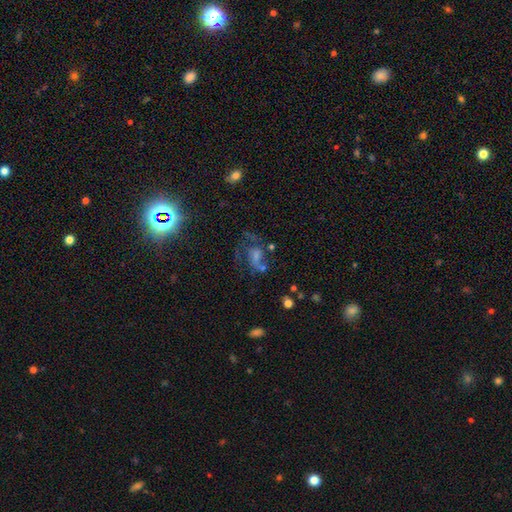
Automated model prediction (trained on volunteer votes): A featured or disk galaxy (49%).

Vote fractions:
- Smooth or featured? featured or disk: 49% / star or artifact: 28% / smooth: 23%
- Merging? none: 40% / major disturbance: 34% / minor disturbance: 17% / merger: 10%